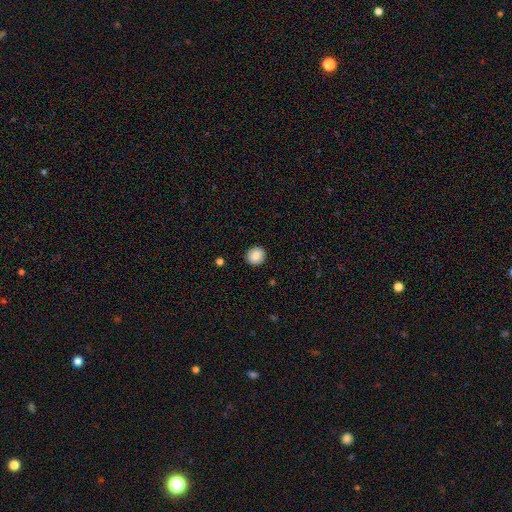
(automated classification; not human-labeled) Smooth or featured? smooth (86%)
How rounded? round (88%)
Merging? none (91%)